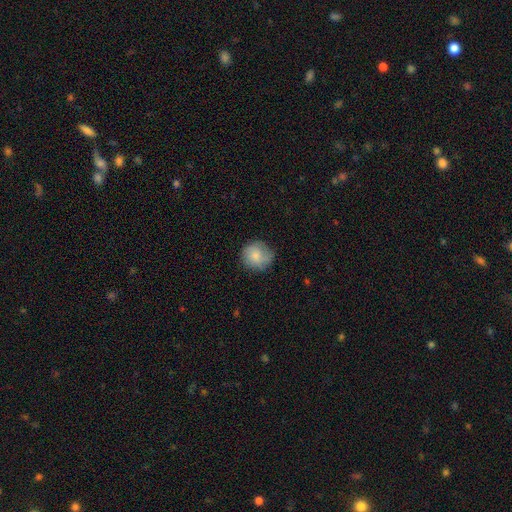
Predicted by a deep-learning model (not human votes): A smooth galaxy with no disk features (79%) that is round (90%).

Vote fractions:
- Smooth or featured? smooth: 79% / featured or disk: 14% / star or artifact: 7%
- How rounded? round: 90% / in between: 9% / cigar-shaped: 1%
- Merging? none: 78% / minor disturbance: 17% / major disturbance: 4% / merger: 1%